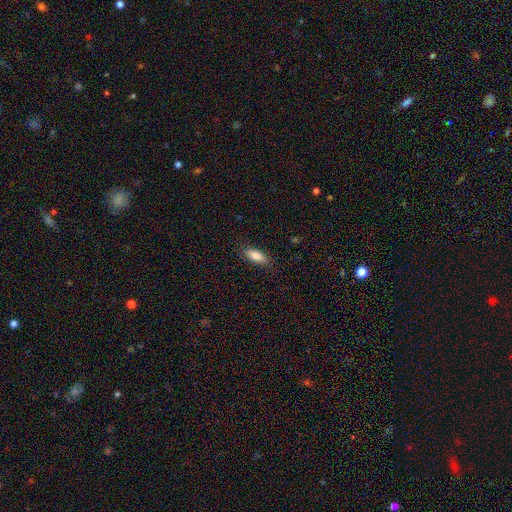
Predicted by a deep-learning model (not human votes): A smooth galaxy with no disk features (82%) that is in between round and cigar-shaped (72%).

Vote fractions:
- Smooth or featured? smooth: 82% / featured or disk: 11% / star or artifact: 7%
- How rounded? in between: 72% / cigar-shaped: 25% / round: 2%
- Merging? none: 85% / minor disturbance: 11% / major disturbance: 2% / merger: 1%